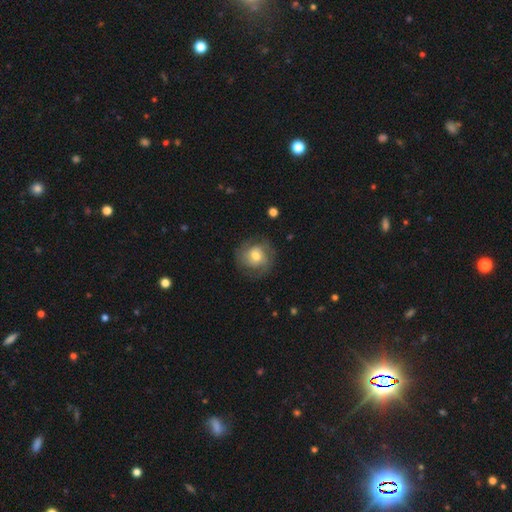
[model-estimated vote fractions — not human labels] A featured or disk galaxy (61%) with no bar (60%), 2 (45%) tight (49%) spiral arms (86%) and a moderate central bulge (66%). Merging: none (74%).